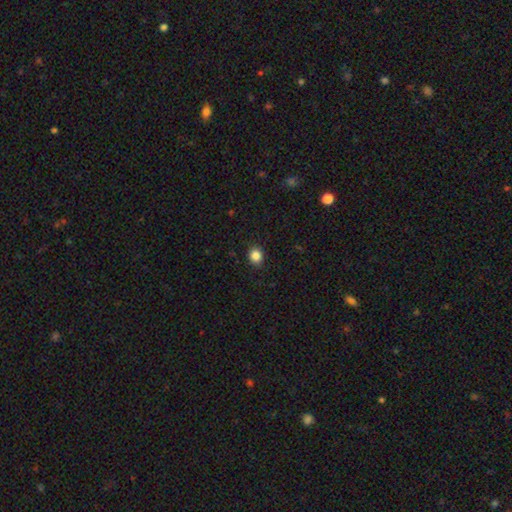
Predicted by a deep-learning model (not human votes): Smooth or featured? smooth (86%)
How rounded? round (74%)
Merging? none (90%)